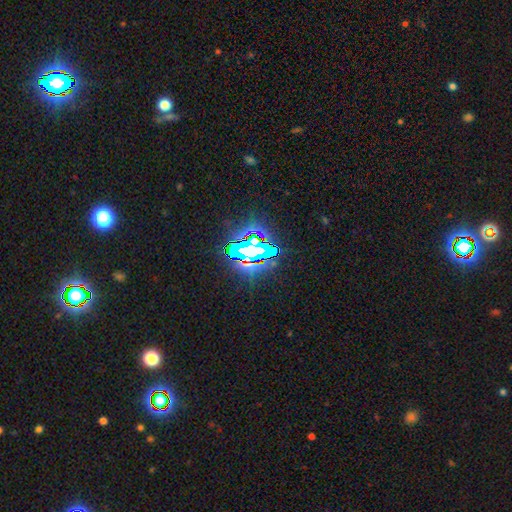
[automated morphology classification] smooth-or-featured: star or artifact: 71% | smooth: 15% | featured or disk: 14%